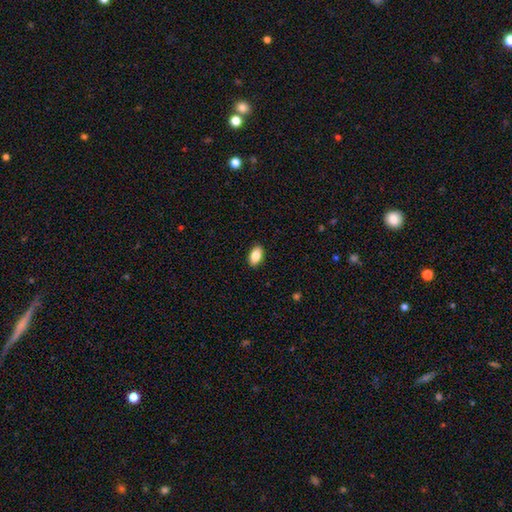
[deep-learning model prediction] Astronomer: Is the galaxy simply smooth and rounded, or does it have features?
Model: smooth — 85%.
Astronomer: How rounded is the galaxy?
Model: in between — 93%.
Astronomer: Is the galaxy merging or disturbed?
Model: none — 90%.